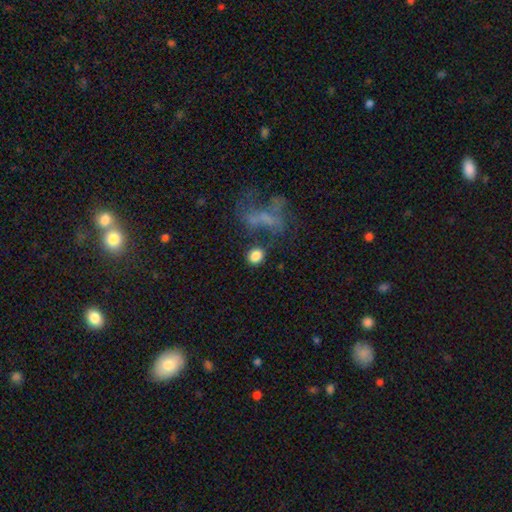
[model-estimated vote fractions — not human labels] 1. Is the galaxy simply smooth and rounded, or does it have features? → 83% smooth, 10% star or artifact, 7% featured or disk.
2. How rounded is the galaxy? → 70% round, 28% in between, 2% cigar-shaped.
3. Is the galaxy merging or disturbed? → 67% none, 14% minor disturbance, 11% merger, 9% major disturbance.